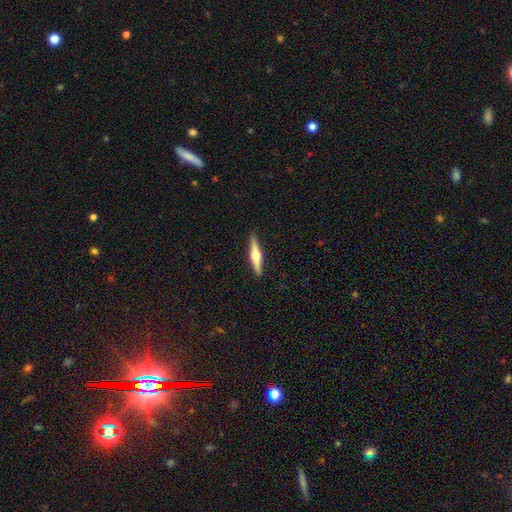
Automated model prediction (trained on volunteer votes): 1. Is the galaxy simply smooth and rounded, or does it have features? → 67% featured or disk, 28% smooth, 5% star or artifact.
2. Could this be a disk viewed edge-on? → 98% yes, 2% no.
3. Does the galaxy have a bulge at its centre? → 94% rounded, 3% boxy, 2% none.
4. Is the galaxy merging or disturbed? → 92% none, 6% minor disturbance, 1% major disturbance, 1% merger.